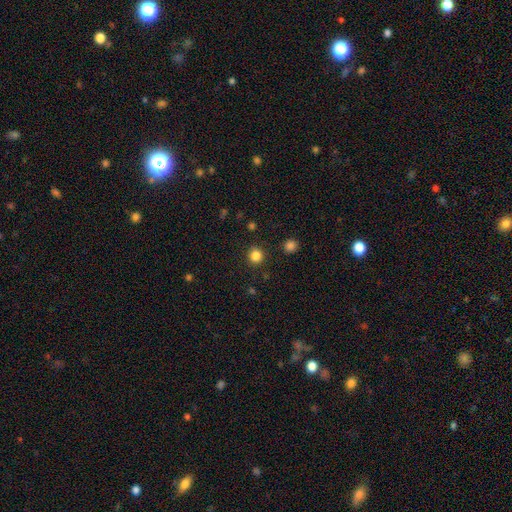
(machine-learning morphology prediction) This is clearly a smooth galaxy (83%). How rounded: clearly round (92%). Merging: clearly none (90%).